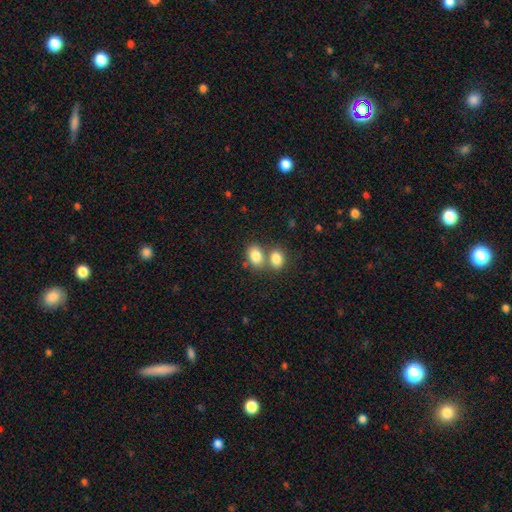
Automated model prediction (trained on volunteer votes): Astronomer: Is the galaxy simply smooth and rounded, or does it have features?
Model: smooth — 83%.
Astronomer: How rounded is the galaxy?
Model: in between — 75%.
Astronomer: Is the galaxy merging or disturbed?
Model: merger — 50% (runner-up: none, 38%).